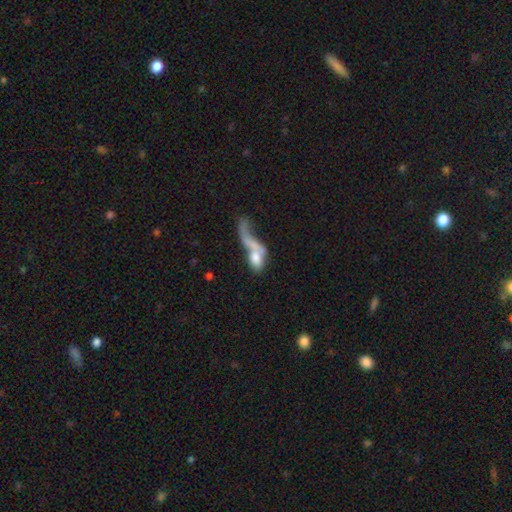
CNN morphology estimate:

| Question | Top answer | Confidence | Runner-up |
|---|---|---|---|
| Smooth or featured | smooth | 53% | featured or disk (37%) |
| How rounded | in between | 59% | cigar-shaped (25%) |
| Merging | merger | 50% | major disturbance (30%) |